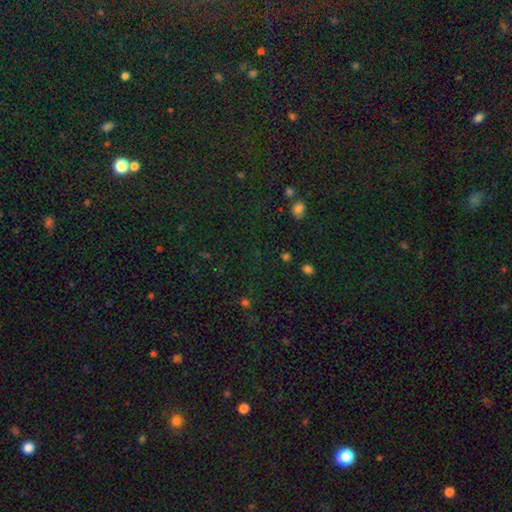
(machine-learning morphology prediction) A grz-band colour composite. It shows a star or artifact, not a galaxy (74%).